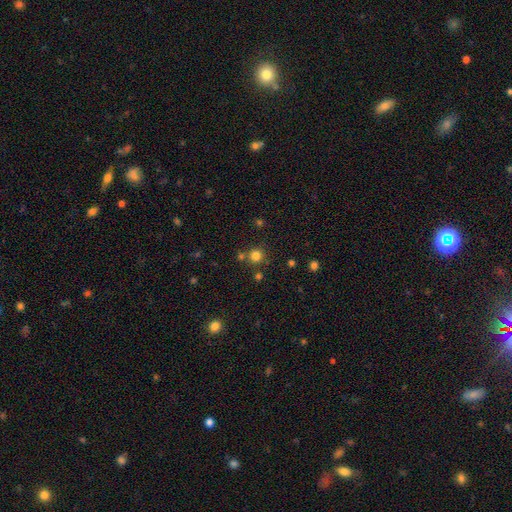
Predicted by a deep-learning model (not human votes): Overall: smooth (78%). How rounded: round (93%). Merging: none (75%).